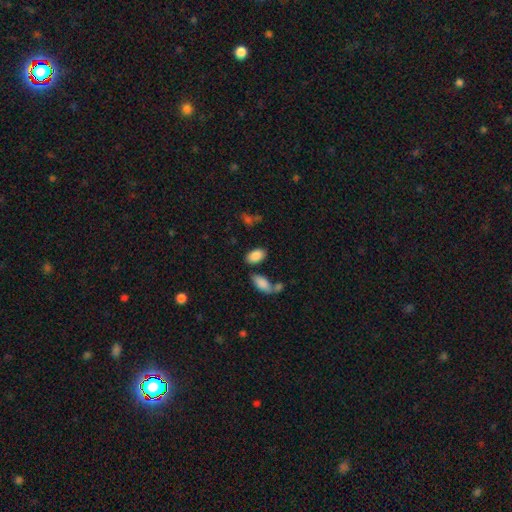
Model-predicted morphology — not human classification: Q: Smooth or featured?
A: smooth (87%); runner-up: star or artifact (8%)
Q: How rounded?
A: in between (94%); runner-up: round (4%)
Q: Merging?
A: none (74%); runner-up: minor disturbance (12%)